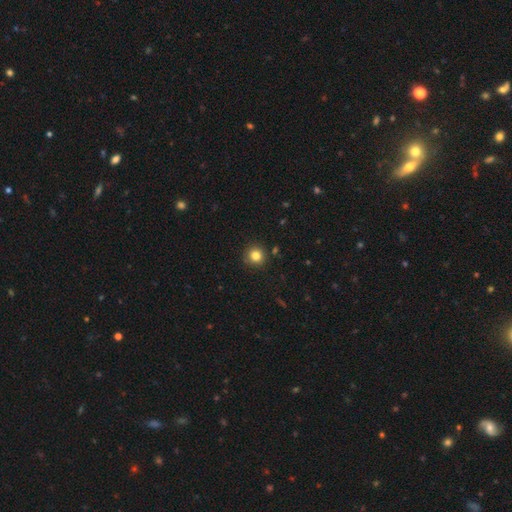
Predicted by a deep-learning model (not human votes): A smooth galaxy with no disk features (81%) that is round (94%). Merging: none (90%).